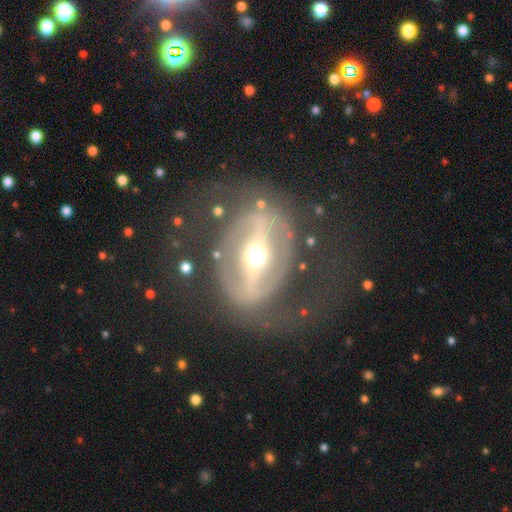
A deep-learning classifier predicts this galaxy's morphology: Smooth or featured: featured or disk — 80% (smooth — 14%)
Edge-on disk: no — 87% (yes — 13%)
Bar: strong — 77% (weak — 14%)
Spiral arms: no — 63% (yes — 37%)
Bulge size: moderate — 70% (large — 16%)
Merging: none — 65% (major disturbance — 18%)